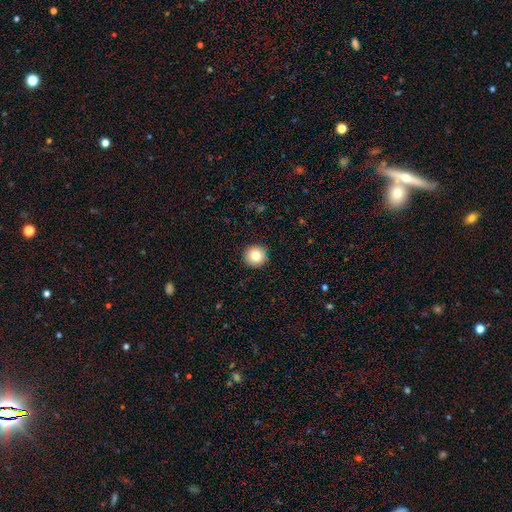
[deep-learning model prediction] Smooth or featured? Predicted: smooth (p=0.82). How rounded? Predicted: round (p=0.95). Merging? Predicted: none (p=0.92).